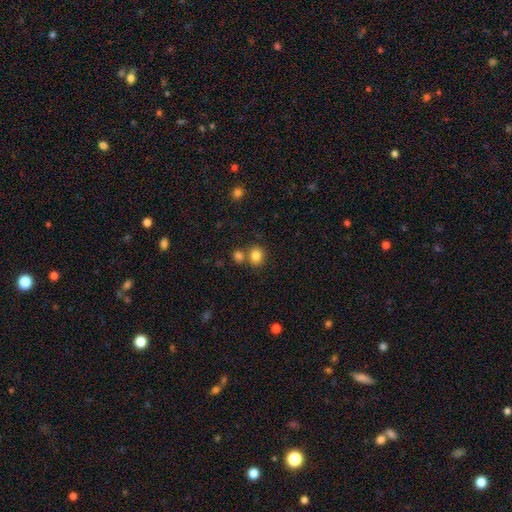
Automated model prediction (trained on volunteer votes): Smooth or featured?
  - smooth: 83% *
  - star or artifact: 11%
  - featured or disk: 6%
How rounded?
  - round: 62% *
  - in between: 37%
  - cigar-shaped: 1%
Merging?
  - none: 63% *
  - merger: 24%
  - minor disturbance: 10%
  - major disturbance: 3%